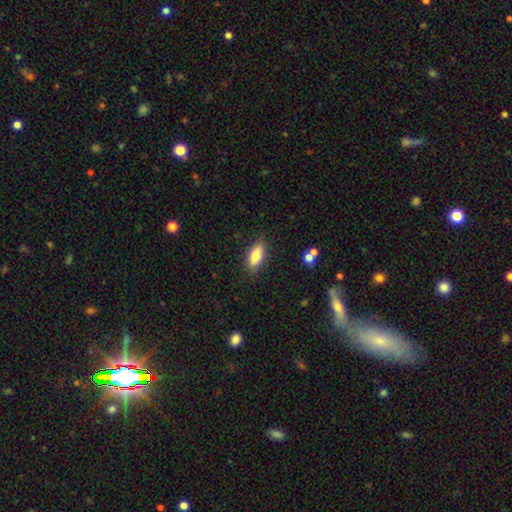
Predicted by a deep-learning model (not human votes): Smooth or featured? Predicted: smooth (p=0.77). How rounded? Predicted: in between (p=0.76). Merging? Predicted: none (p=0.85).